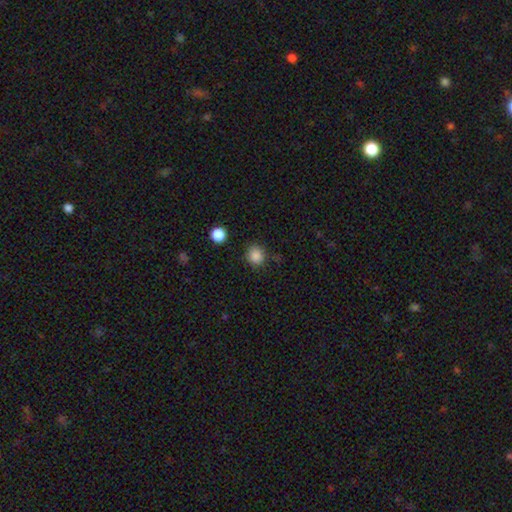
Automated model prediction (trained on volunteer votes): This is clearly a smooth galaxy (85%). How rounded: clearly round (82%). Merging: clearly none (84%).